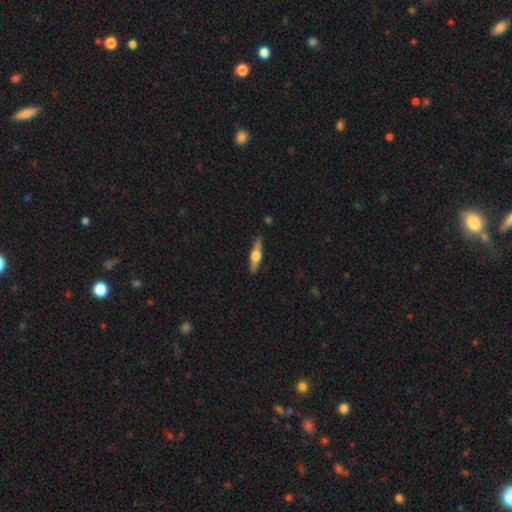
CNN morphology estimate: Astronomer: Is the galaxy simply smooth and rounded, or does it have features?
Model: featured or disk — 66%.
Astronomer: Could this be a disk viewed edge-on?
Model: yes — 96%.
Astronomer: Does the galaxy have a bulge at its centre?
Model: rounded — 94%.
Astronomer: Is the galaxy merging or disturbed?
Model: none — 89%.